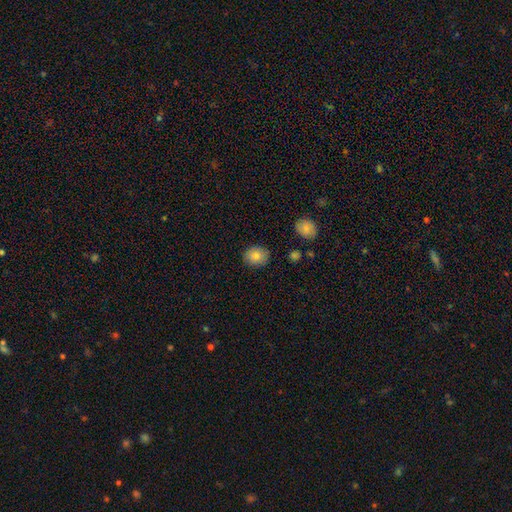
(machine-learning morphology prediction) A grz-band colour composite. It shows a smooth galaxy with no disk features (82%) that is round (64%). Merging: none (87%).